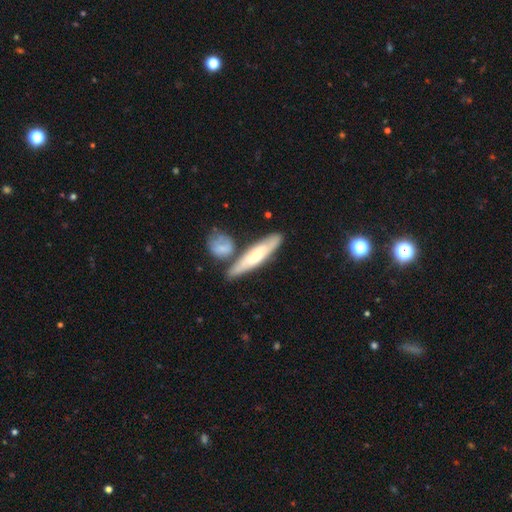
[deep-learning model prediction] smooth_or_featured: featured or disk (p=0.49) [alt: smooth p=0.46]
merging: none (p=0.62) [alt: merger p=0.20]